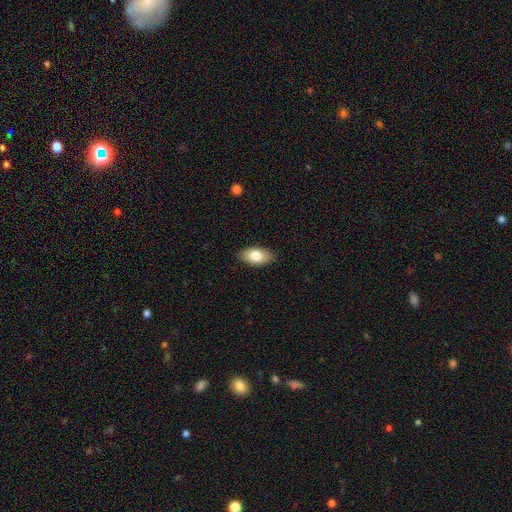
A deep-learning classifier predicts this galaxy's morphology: Smooth or featured: smooth — 77% (featured or disk — 16%)
How rounded: in between — 93% (round — 4%)
Merging: none — 88% (minor disturbance — 9%)